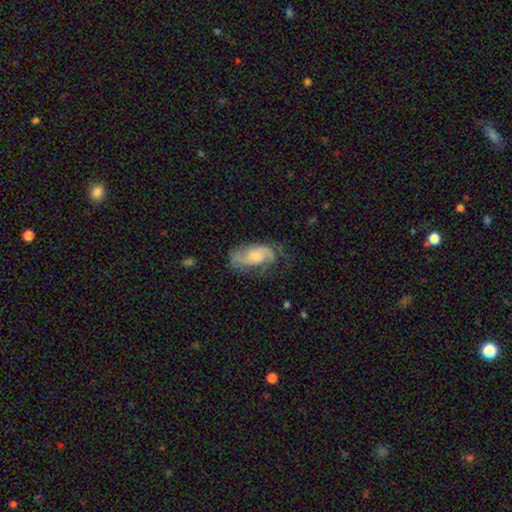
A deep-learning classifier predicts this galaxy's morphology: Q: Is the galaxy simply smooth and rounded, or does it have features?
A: featured or disk — 71%.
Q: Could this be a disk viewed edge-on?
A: no — 95%.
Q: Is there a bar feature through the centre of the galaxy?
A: no — 64%.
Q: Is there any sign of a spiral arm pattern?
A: yes — 92%.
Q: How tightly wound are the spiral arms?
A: medium — 46%.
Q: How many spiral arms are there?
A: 2 — 76%.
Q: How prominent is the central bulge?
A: moderate — 45%.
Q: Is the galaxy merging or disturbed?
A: none — 58%.